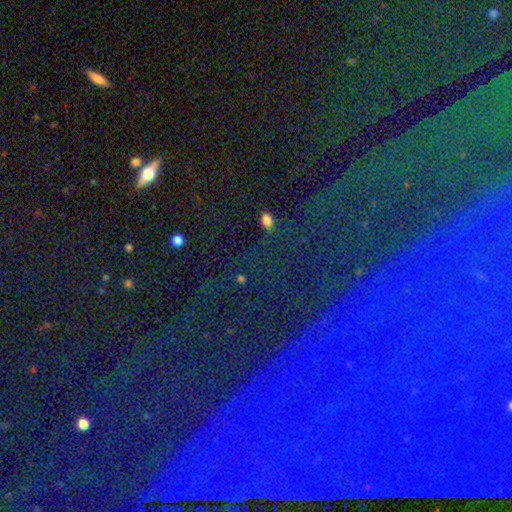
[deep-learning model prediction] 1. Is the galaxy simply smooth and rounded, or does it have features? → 80% star or artifact, 10% smooth, 10% featured or disk.